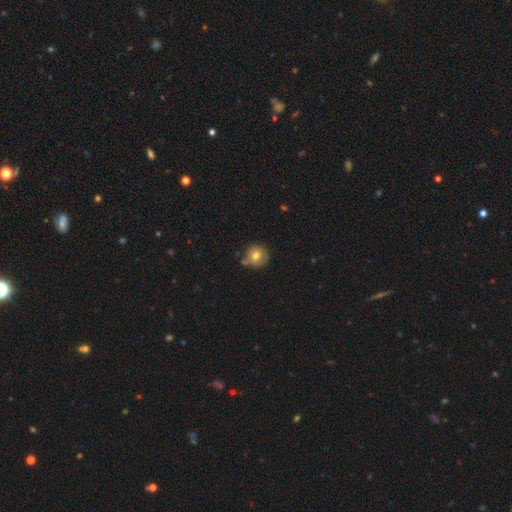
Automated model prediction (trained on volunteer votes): smooth-or-featured: smooth: 74% | featured or disk: 17% | star or artifact: 9%
  how-rounded: round: 92% | in between: 7% | cigar-shaped: 1%
  merging: none: 72% | minor disturbance: 16% | merger: 8% | major disturbance: 3%